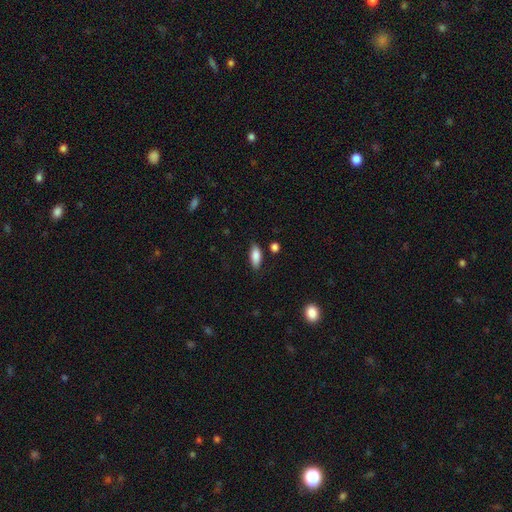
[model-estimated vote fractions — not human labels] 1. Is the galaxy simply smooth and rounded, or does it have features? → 86% smooth, 7% featured or disk, 7% star or artifact.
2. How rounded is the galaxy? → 82% in between, 15% cigar-shaped, 3% round.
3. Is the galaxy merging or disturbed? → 80% none, 15% minor disturbance, 3% major disturbance, 3% merger.